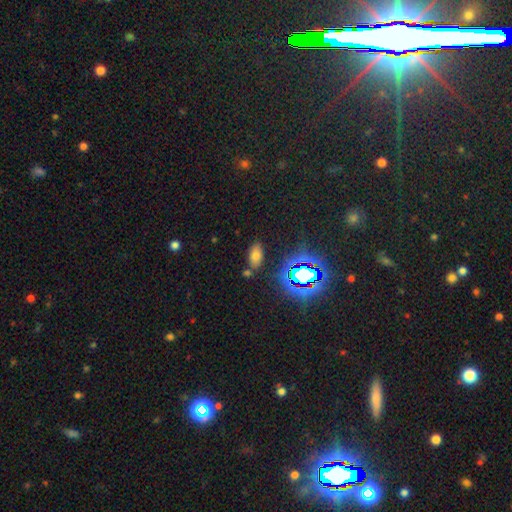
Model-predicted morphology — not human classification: A smooth galaxy with no disk features (63%) that is in between round and cigar-shaped (90%).

Vote fractions:
- Smooth or featured? smooth: 63% / star or artifact: 28% / featured or disk: 9%
- How rounded? in between: 90% / round: 6% / cigar-shaped: 4%
- Merging? none: 75% / minor disturbance: 12% / merger: 8% / major disturbance: 4%